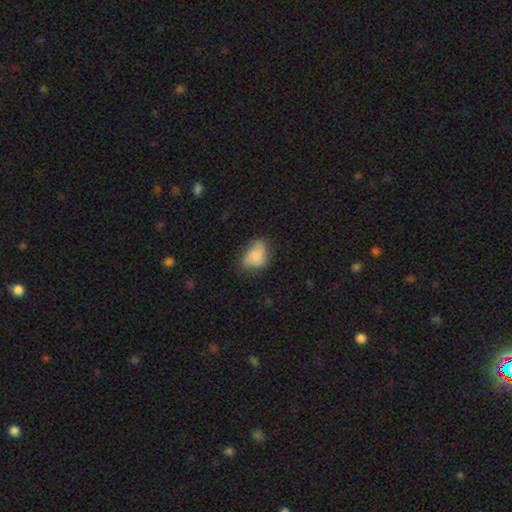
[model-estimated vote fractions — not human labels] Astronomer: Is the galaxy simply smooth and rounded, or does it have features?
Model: smooth — 78%.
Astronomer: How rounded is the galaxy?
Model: in between — 82%.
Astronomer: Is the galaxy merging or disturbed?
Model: none — 46% (runner-up: minor disturbance, 37%).